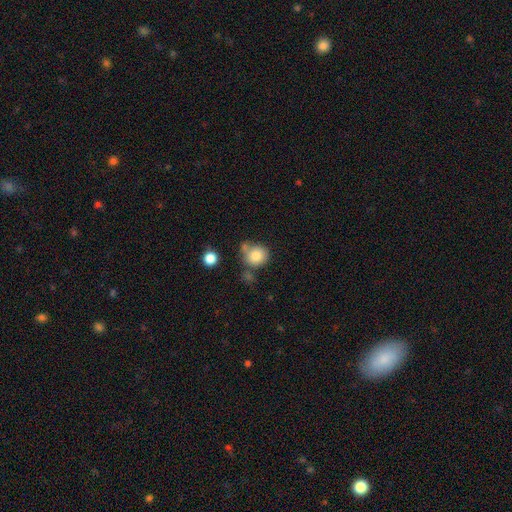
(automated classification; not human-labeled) This appears to be a smooth galaxy with no disk features (81%) that is round (81%). Merging: none (55%).